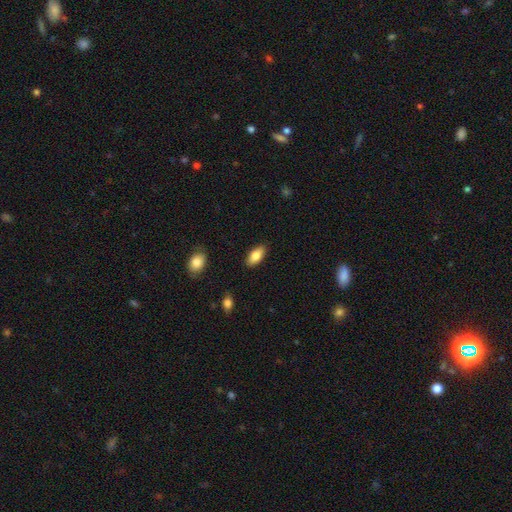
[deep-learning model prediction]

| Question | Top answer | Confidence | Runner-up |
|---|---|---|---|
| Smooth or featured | smooth | 81% | featured or disk (13%) |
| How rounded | in between | 89% | cigar-shaped (9%) |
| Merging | none | 87% | minor disturbance (10%) |